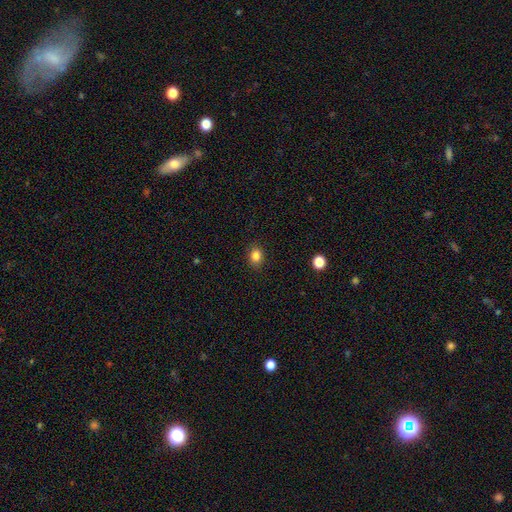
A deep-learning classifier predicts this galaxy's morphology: Smooth or featured: smooth — 84% (star or artifact — 11%)
How rounded: in between — 53% (round — 46%)
Merging: none — 89% (minor disturbance — 8%)